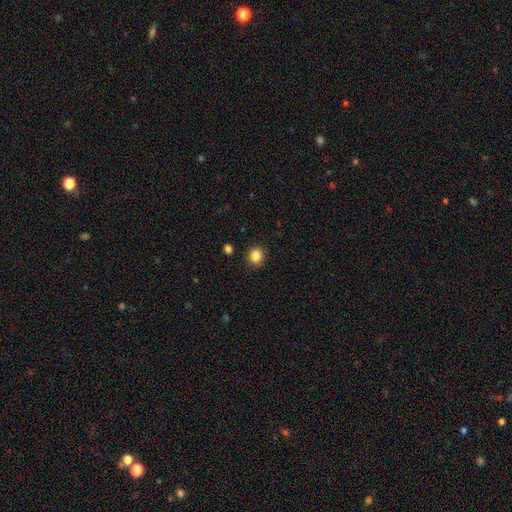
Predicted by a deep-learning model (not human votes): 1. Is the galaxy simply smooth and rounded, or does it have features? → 85% smooth, 11% star or artifact, 4% featured or disk.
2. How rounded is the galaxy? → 84% round, 15% in between, 1% cigar-shaped.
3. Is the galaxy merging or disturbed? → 91% none, 6% minor disturbance, 2% major disturbance, 1% merger.